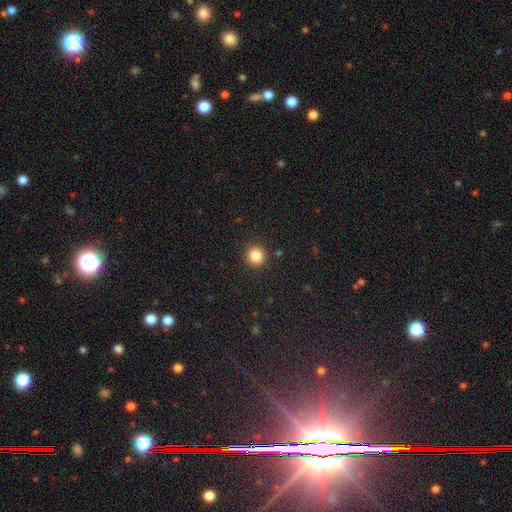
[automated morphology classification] Overall: smooth (85%). How rounded: round (94%). Merging: none (91%).